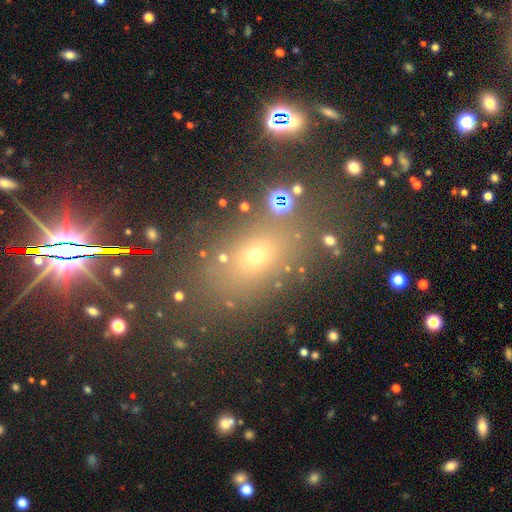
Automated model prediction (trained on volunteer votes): Q: Smooth or featured?
A: smooth (60%); runner-up: star or artifact (27%)
Q: How rounded?
A: in between (67%); runner-up: round (28%)
Q: Merging?
A: none (75%); runner-up: minor disturbance (12%)